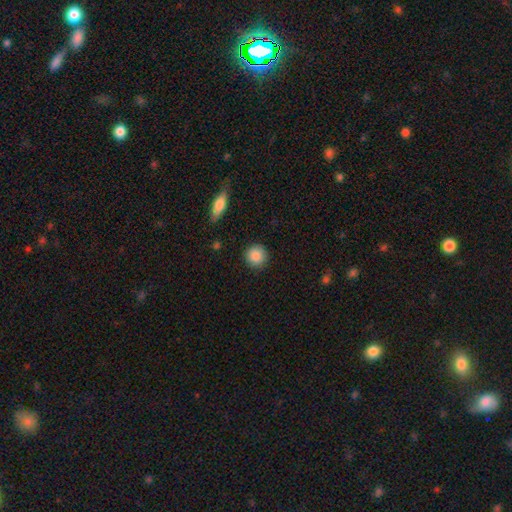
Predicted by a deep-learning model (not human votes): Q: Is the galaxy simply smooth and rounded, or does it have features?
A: smooth — 88%.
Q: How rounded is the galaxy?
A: round — 93%.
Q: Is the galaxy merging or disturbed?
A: none — 90%.